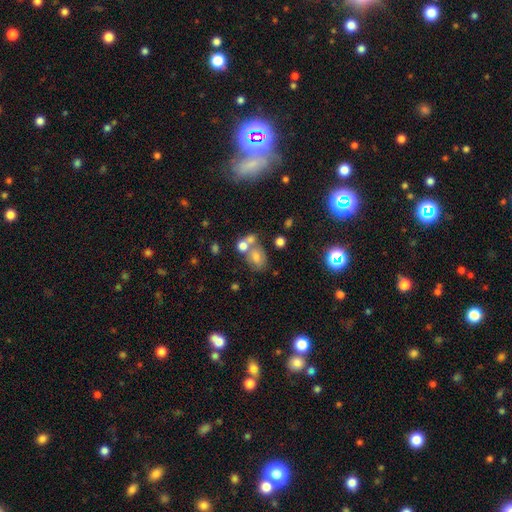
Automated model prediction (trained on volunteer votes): smooth-or-featured: smooth: 53% | star or artifact: 27% | featured or disk: 20%
  how-rounded: in between: 56% | round: 42% | cigar-shaped: 2%
  merging: none: 48% | merger: 35% | minor disturbance: 11% | major disturbance: 6%